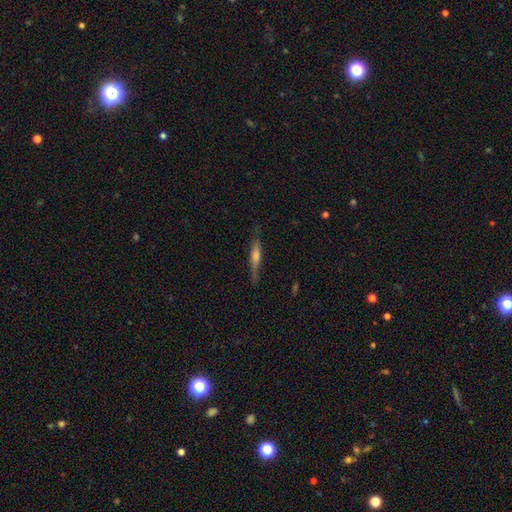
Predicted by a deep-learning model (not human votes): The model was most divided on "smooth or featured": featured or disk: 66%, smooth: 27%, star or artifact: 7%. More confident: edge-on disk — yes (96%); merging — none (83%); edge-on bulge — rounded (76%).